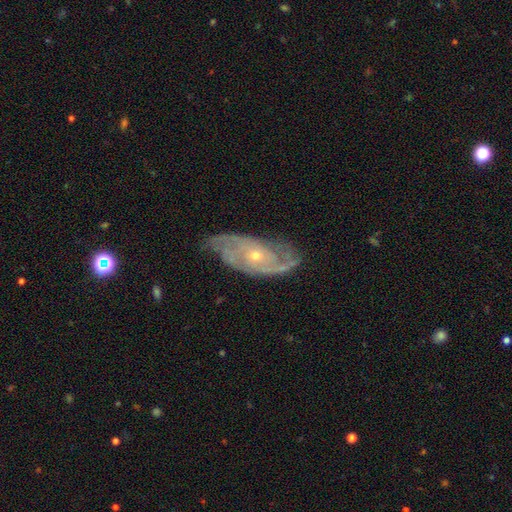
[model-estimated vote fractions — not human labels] smooth_or_featured: featured or disk (p=0.87) [alt: smooth p=0.07]
disk_edge_on: no (p=0.93) [alt: yes p=0.07]
bar: no (p=0.77) [alt: weak p=0.18]
has_spiral_arms: yes (p=0.96) [alt: no p=0.04]
spiral_winding: tight (p=0.47) [alt: medium p=0.41]
spiral_arm_count: 2 (p=0.55) [alt: can't tell p=0.17]
bulge_size: small (p=0.67) [alt: moderate p=0.30]
merging: none (p=0.71) [alt: minor disturbance p=0.20]